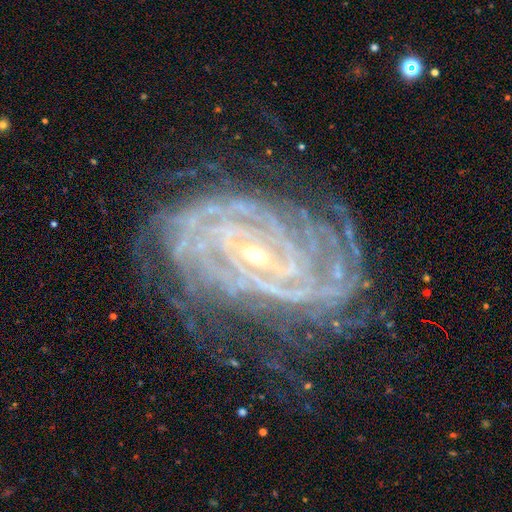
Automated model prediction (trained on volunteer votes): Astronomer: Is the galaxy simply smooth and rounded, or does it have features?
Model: featured or disk — 90%.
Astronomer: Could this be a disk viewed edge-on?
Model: no — 96%.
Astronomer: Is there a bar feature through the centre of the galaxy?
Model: no — 41% (runner-up: weak, 36%).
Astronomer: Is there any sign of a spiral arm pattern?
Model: yes — 97%.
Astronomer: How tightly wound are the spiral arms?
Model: tight — 79%.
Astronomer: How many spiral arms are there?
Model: can't tell — 27% (runner-up: more than 4, 21%).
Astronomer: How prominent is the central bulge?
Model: small — 64%.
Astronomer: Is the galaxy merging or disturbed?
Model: none — 69%.